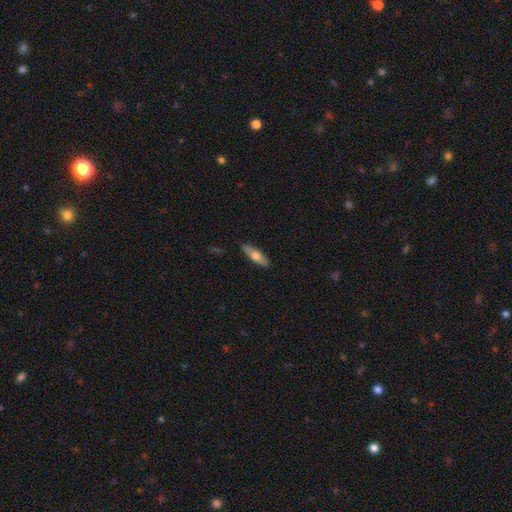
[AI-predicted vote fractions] smooth 59%, featured or disk 35%, star or artifact 6%. Down the decision tree: how rounded — cigar-shaped (57%); merging — none (88%).